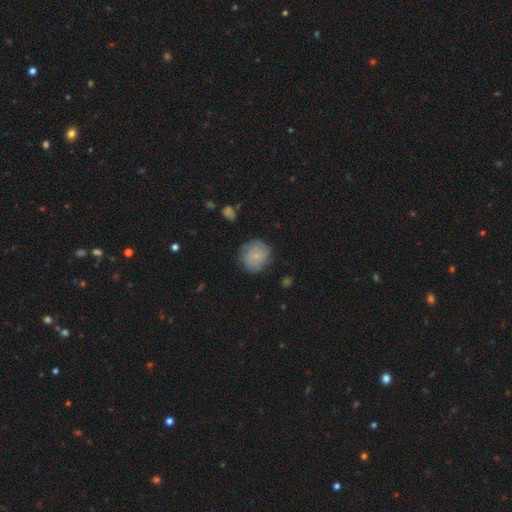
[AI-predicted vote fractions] smooth_or_featured: smooth (p=0.56) [alt: featured or disk p=0.36]
how_rounded: round (p=0.88) [alt: in between p=0.11]
merging: none (p=0.75) [alt: minor disturbance p=0.18]